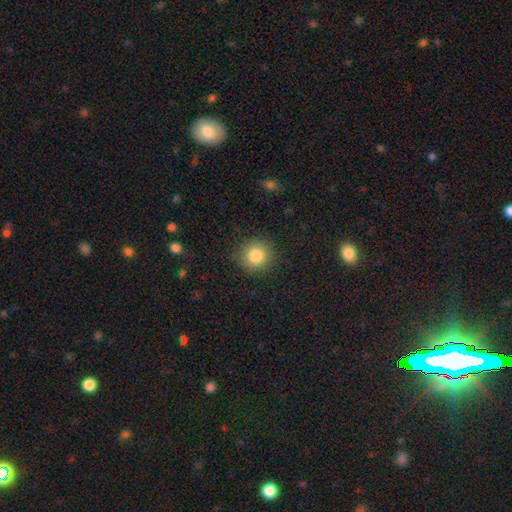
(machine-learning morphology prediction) smooth-or-featured: smooth: 84% | star or artifact: 10% | featured or disk: 6%
  how-rounded: round: 92% | in between: 7% | cigar-shaped: 1%
  merging: none: 87% | minor disturbance: 9% | major disturbance: 3% | merger: 1%